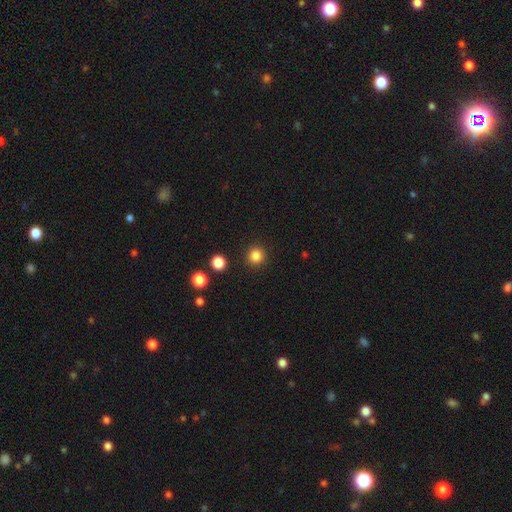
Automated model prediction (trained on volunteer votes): Morphology: type=smooth (85%); roundness=round (94%); merging=none (92%).